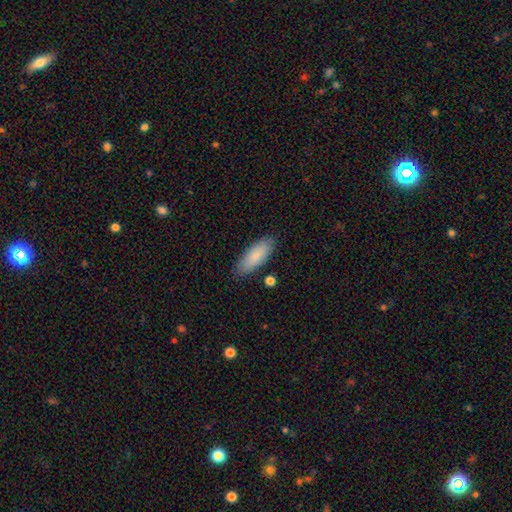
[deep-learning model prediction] smooth_or_featured: smooth (p=0.84) [alt: featured or disk p=0.10]
how_rounded: in between (p=0.73) [alt: cigar-shaped p=0.25]
merging: none (p=0.85) [alt: minor disturbance p=0.11]